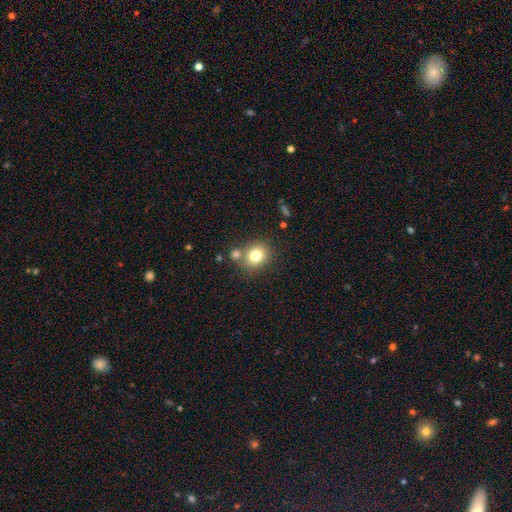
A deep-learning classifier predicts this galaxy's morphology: The model was most divided on "how rounded": round: 69%, in between: 31%, cigar-shaped: 1%. More confident: smooth or featured — smooth (79%); merging — none (69%).